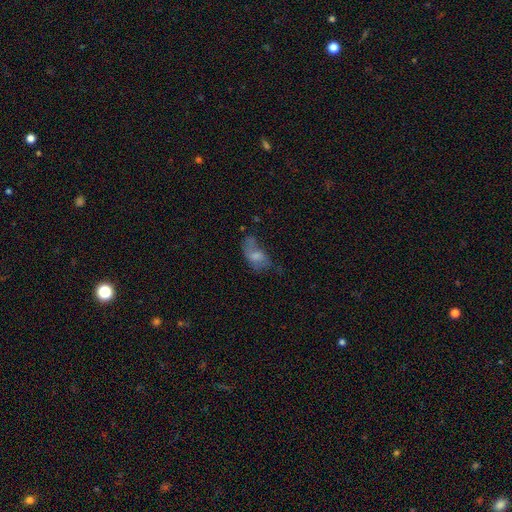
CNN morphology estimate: Smooth or featured? smooth (57%)
How rounded? in between (89%)
Merging? none (33%)